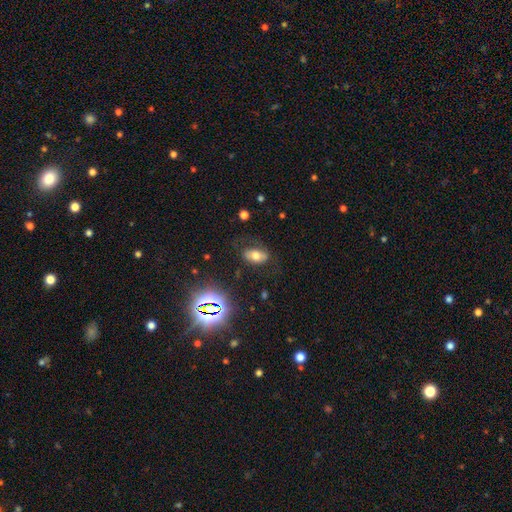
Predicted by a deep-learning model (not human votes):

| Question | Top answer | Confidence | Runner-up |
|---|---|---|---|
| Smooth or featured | smooth | 60% | featured or disk (23%) |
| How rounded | in between | 90% | round (7%) |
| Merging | none | 70% | minor disturbance (18%) |